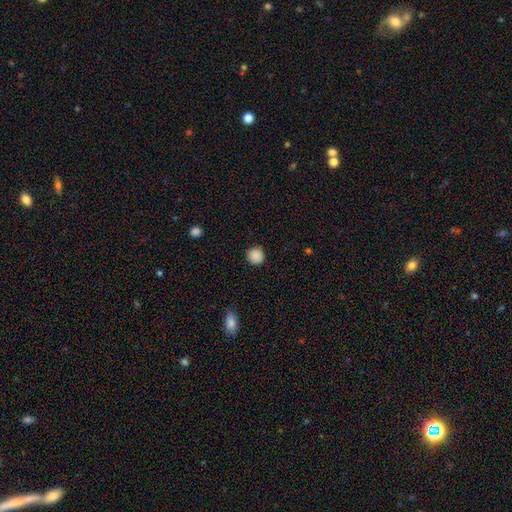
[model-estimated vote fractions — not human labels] Smooth or featured: smooth — 88% (star or artifact — 9%)
How rounded: round — 92% (in between — 7%)
Merging: none — 89% (minor disturbance — 8%)